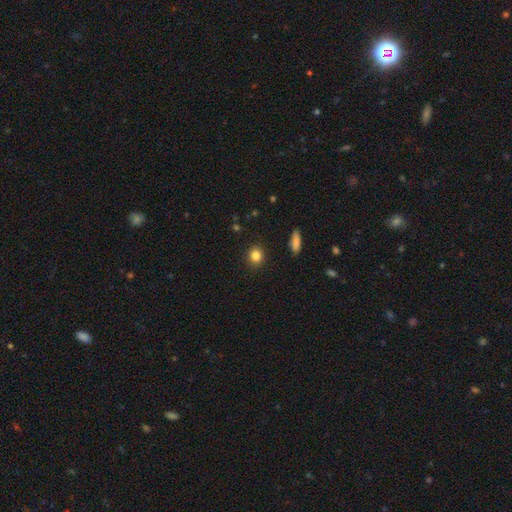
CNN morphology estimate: This is clearly a smooth galaxy (84%). How rounded: clearly round (81%). Merging: clearly none (91%).